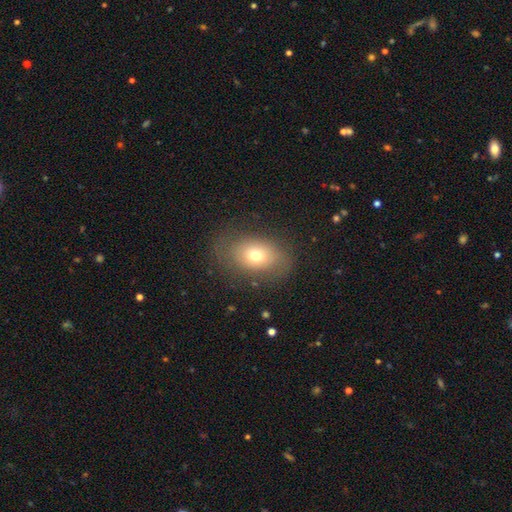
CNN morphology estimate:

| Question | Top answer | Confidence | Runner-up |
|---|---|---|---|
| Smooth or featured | smooth | 67% | featured or disk (21%) |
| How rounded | in between | 75% | round (24%) |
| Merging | none | 74% | minor disturbance (16%) |